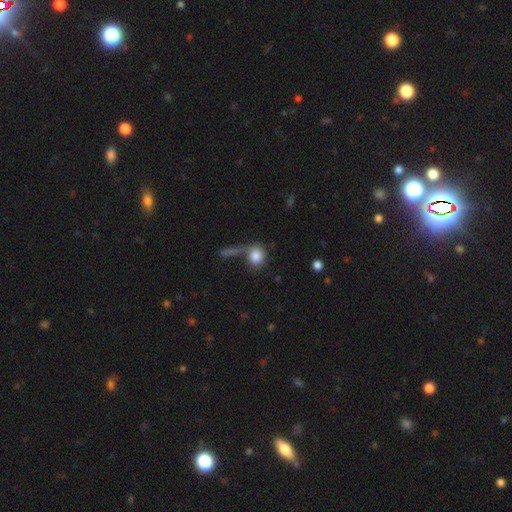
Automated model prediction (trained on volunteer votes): This is clearly a smooth galaxy (82%). How rounded: likely round (70%). Merging: possibly none (47%).